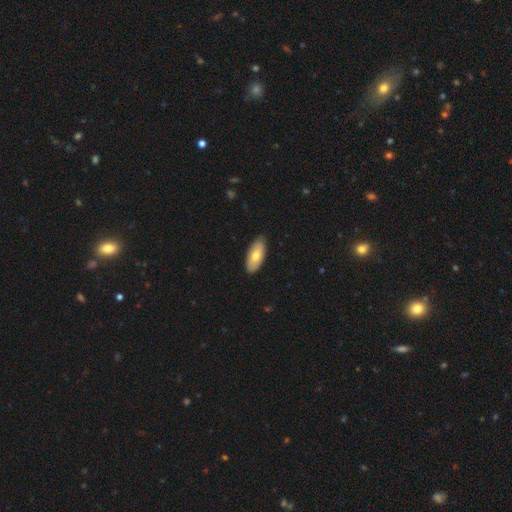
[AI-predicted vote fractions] Overall: smooth (72%). How rounded: in between (87%). Merging: none (88%).